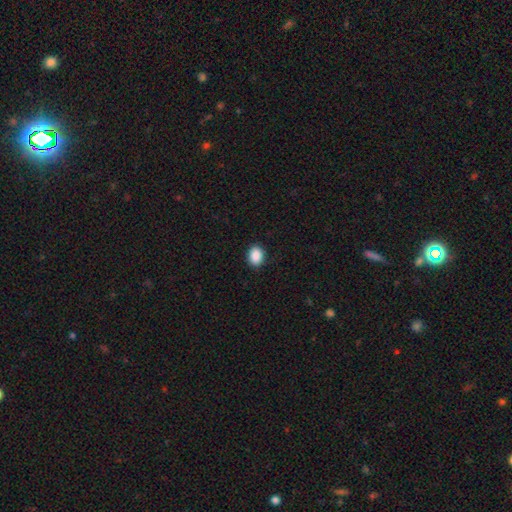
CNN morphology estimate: Q: Smooth or featured?
A: smooth (90%); runner-up: star or artifact (8%)
Q: How rounded?
A: in between (67%); runner-up: round (32%)
Q: Merging?
A: none (90%); runner-up: minor disturbance (8%)